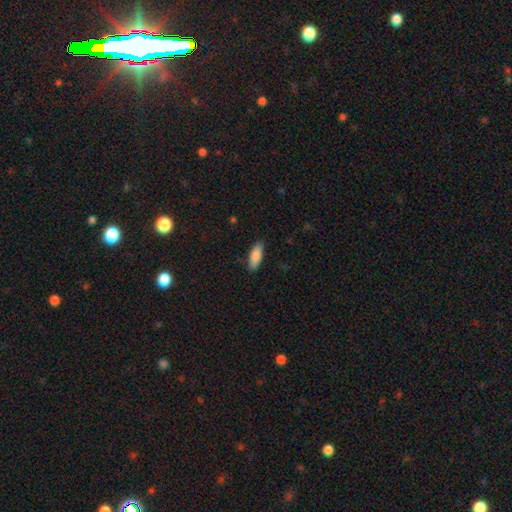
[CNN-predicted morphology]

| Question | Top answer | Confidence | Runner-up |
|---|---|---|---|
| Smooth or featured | smooth | 85% | featured or disk (9%) |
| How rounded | in between | 68% | cigar-shaped (30%) |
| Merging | none | 87% | minor disturbance (10%) |